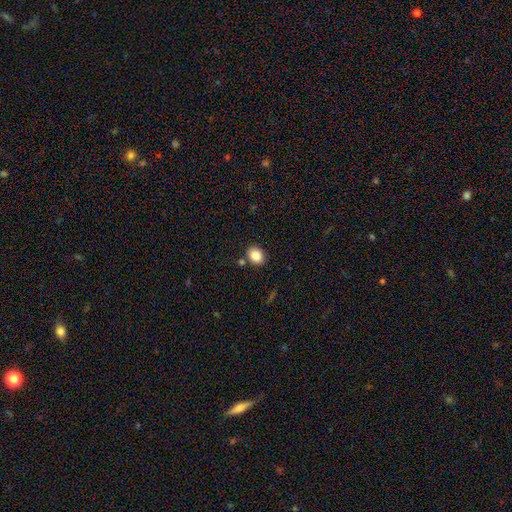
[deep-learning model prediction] Smooth or featured? Predicted: smooth (p=0.85). How rounded? Predicted: in between (p=0.54). Merging? Predicted: none (p=0.84).